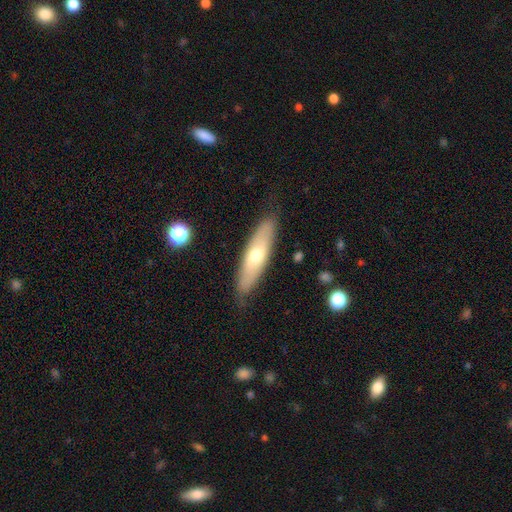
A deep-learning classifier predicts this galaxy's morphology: This appears to be a smooth galaxy with no disk features (55%) that is cigar-shaped (57%). Merging: none (83%).